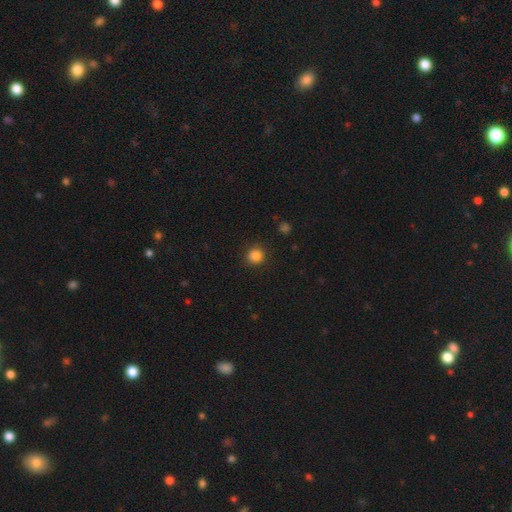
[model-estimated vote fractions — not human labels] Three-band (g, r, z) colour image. It shows a smooth galaxy with no disk features (85%) that is round (90%). Merging: none (88%).